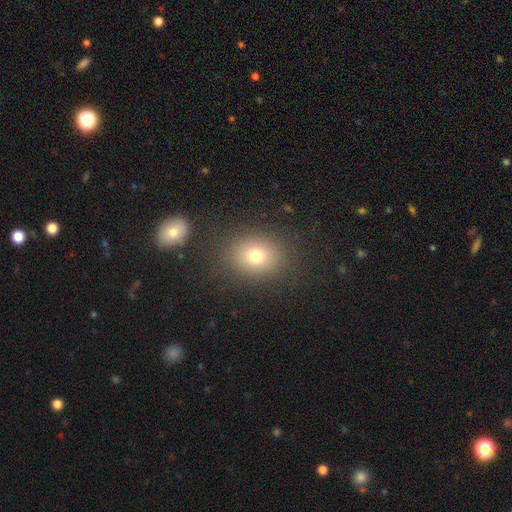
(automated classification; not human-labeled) Smooth or featured?
  - smooth: 76% *
  - star or artifact: 14%
  - featured or disk: 10%
How rounded?
  - round: 61% *
  - in between: 38%
  - cigar-shaped: 1%
Merging?
  - none: 83% *
  - minor disturbance: 9%
  - merger: 4%
  - major disturbance: 4%